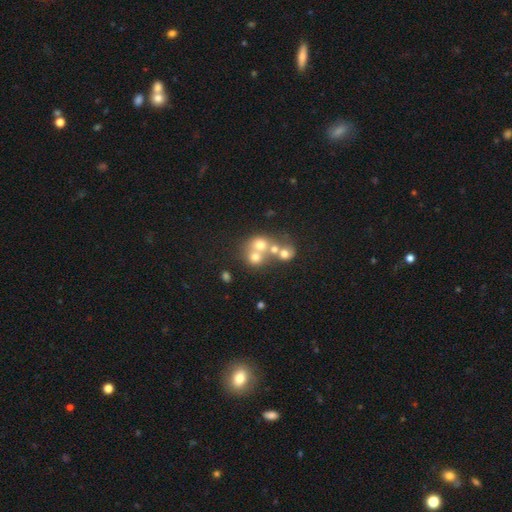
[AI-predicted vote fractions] Smooth or featured? smooth (47%)
Merging? merger (52%)